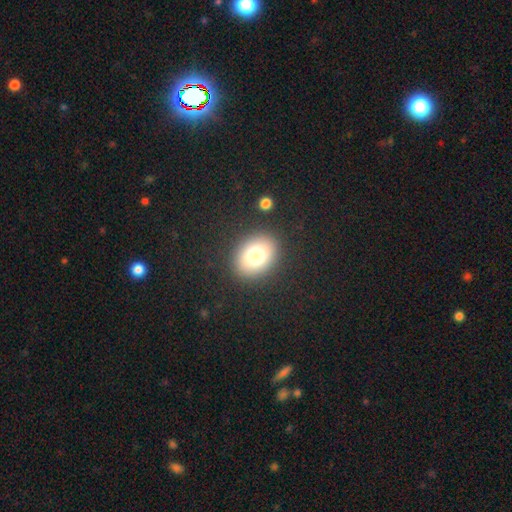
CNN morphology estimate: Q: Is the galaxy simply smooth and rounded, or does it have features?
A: smooth — 78%.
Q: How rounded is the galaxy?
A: in between — 59%.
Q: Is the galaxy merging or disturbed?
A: none — 87%.